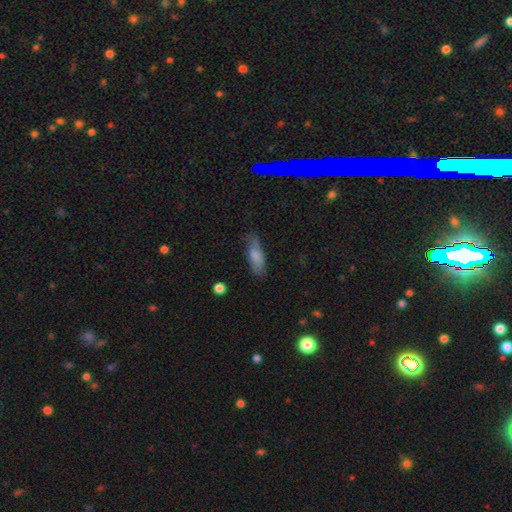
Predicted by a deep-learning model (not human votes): A smooth galaxy with no disk features (76%) that is in between round and cigar-shaped (63%). Merging: none (61%).